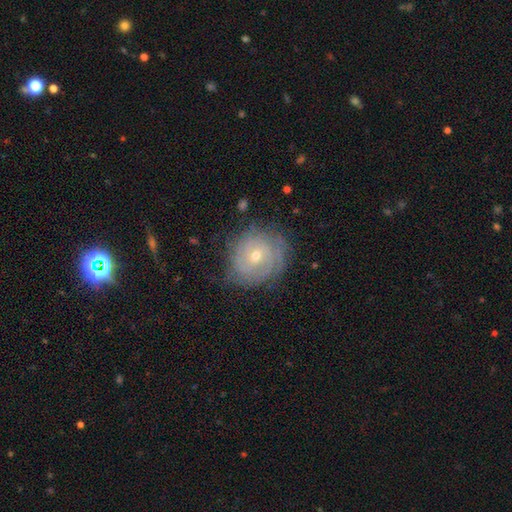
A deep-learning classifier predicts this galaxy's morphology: This appears to be a featured or disk galaxy (75%) with no bar (70%), tight (78%) spiral arms (90%) and a small central bulge (58%). Merging: none (75%).